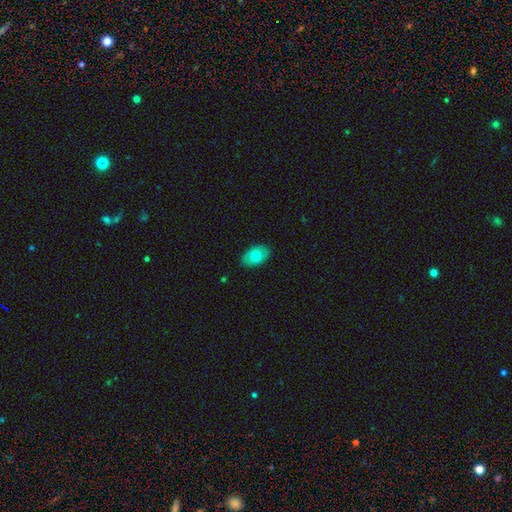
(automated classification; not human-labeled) Overall: smooth (73%). How rounded: in between (87%). Merging: none (86%).